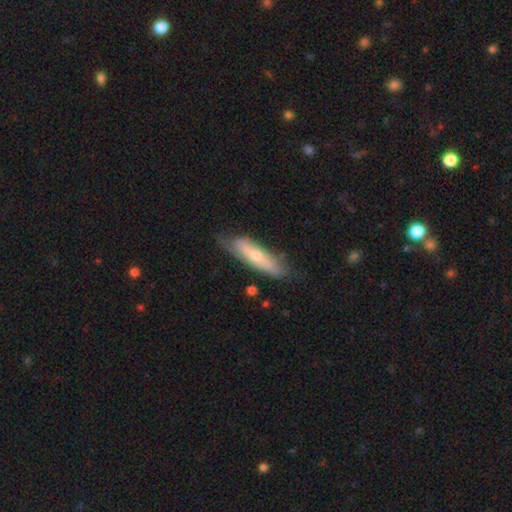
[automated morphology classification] type=featured or disk (49%); merging=none (62%).